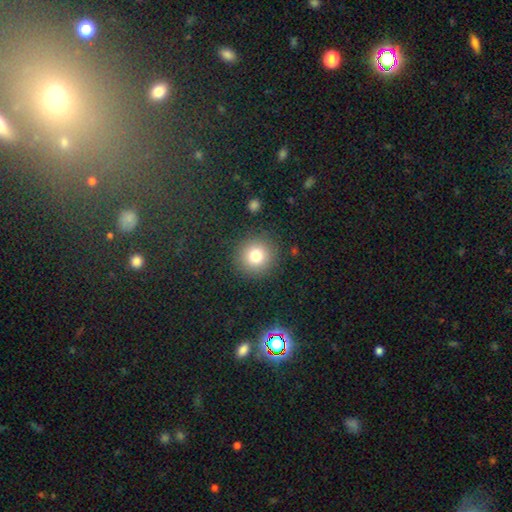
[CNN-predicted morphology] smooth 77%, star or artifact 13%, featured or disk 9%. Down the decision tree: how rounded — round (94%); merging — none (89%).